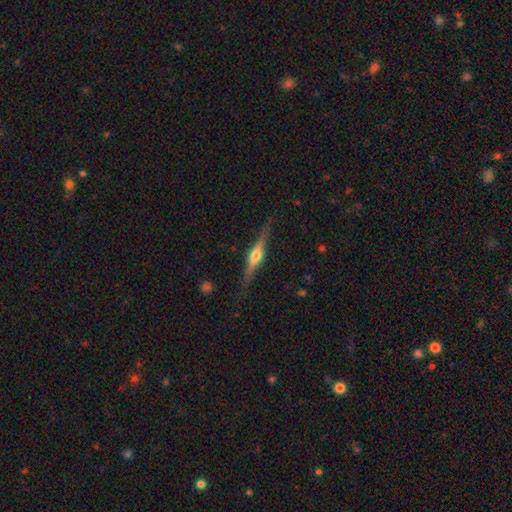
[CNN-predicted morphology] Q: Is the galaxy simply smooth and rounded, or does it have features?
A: featured or disk — 76%.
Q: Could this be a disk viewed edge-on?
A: yes — 97%.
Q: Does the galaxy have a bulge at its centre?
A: rounded — 90%.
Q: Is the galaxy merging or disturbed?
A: none — 85%.